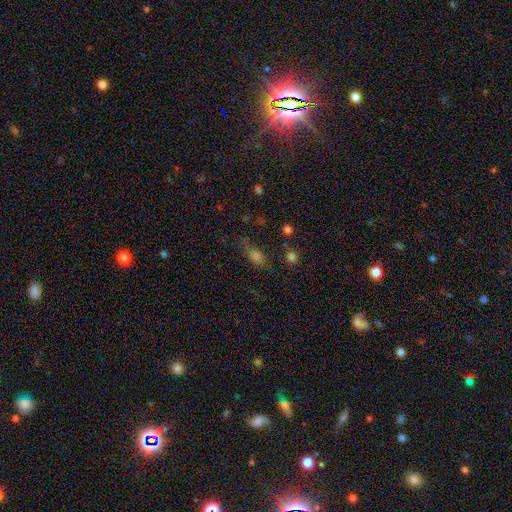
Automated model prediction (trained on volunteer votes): Overall: smooth (61%; star or artifact 21%). How rounded: in between (61%; cigar-shaped 26%). Merging: none (62%; minor disturbance 23%).